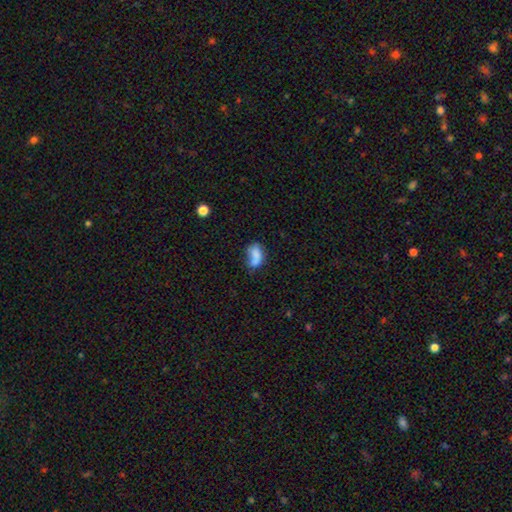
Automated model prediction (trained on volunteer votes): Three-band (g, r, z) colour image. It shows a smooth galaxy with no disk features (71%) that is in between round and cigar-shaped (83%). Merging: merger (32%).